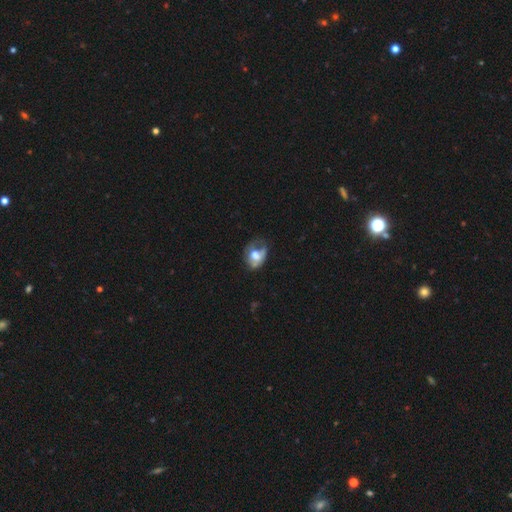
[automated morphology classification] smooth-or-featured: smooth: 51% | featured or disk: 39% | star or artifact: 10%
  how-rounded: in between: 64% | round: 35% | cigar-shaped: 1%
  merging: major disturbance: 36% | none: 30% | minor disturbance: 28% | merger: 7%